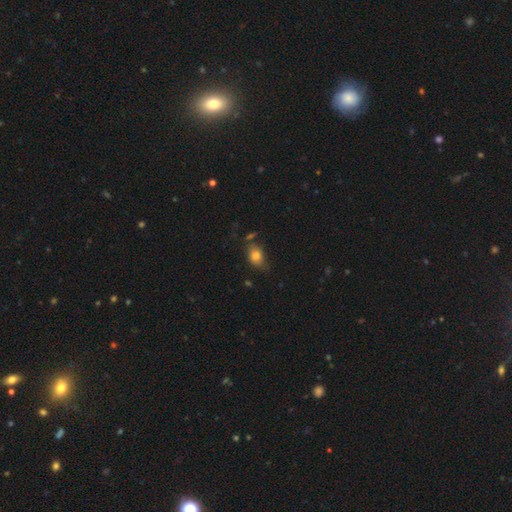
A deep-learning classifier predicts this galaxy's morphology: Q: Smooth or featured?
A: smooth (80%); runner-up: featured or disk (10%)
Q: How rounded?
A: in between (68%); runner-up: round (30%)
Q: Merging?
A: none (63%); runner-up: minor disturbance (24%)